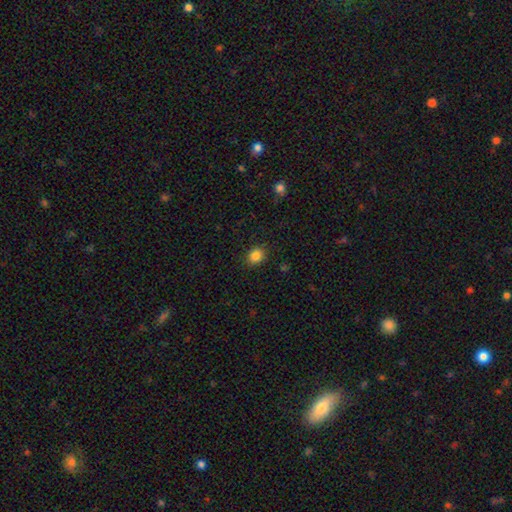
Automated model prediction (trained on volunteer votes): Overall: smooth (85%). How rounded: round (61%; in between 38%). Merging: none (87%).